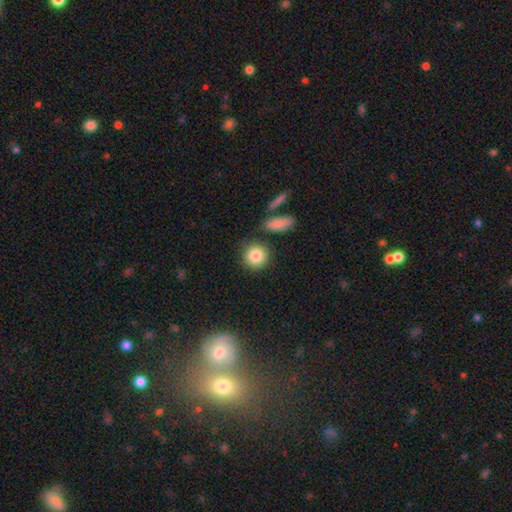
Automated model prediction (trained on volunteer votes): smooth-or-featured: smooth: 85% | star or artifact: 8% | featured or disk: 7%
  how-rounded: round: 89% | in between: 10% | cigar-shaped: 1%
  merging: none: 81% | minor disturbance: 9% | merger: 7% | major disturbance: 3%